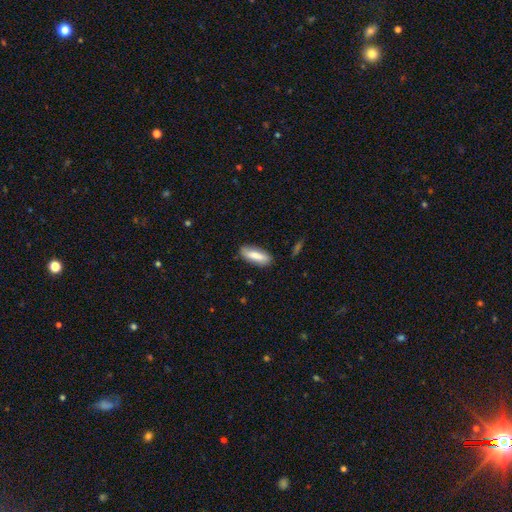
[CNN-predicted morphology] Overall: smooth (80%). How rounded: in between (56%; cigar-shaped 43%). Merging: none (84%).